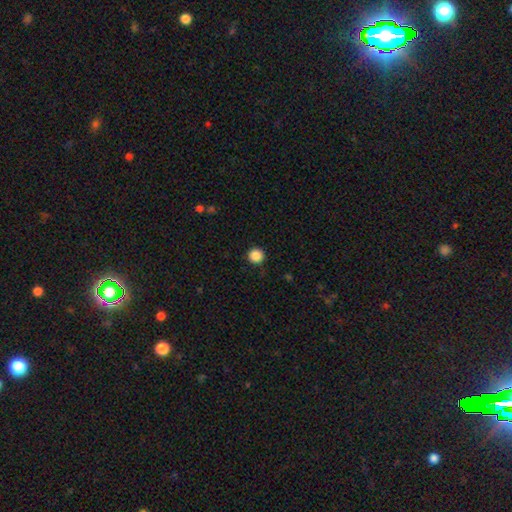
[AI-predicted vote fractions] A smooth galaxy with no disk features (87%) that is round (95%).

Vote fractions:
- Smooth or featured? smooth: 87% / star or artifact: 10% / featured or disk: 3%
- How rounded? round: 95% / in between: 4% / cigar-shaped: 1%
- Merging? none: 93% / minor disturbance: 5% / major disturbance: 2% / merger: 1%